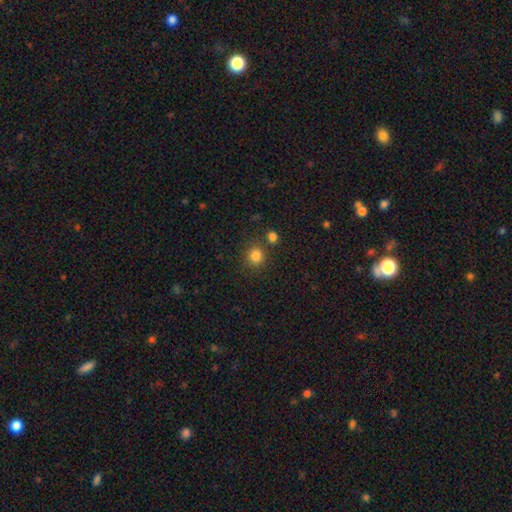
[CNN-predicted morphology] Smooth or featured?
  - smooth: 83% *
  - star or artifact: 12%
  - featured or disk: 5%
How rounded?
  - round: 89% *
  - in between: 10%
  - cigar-shaped: 1%
Merging?
  - none: 79% *
  - merger: 10%
  - minor disturbance: 8%
  - major disturbance: 3%